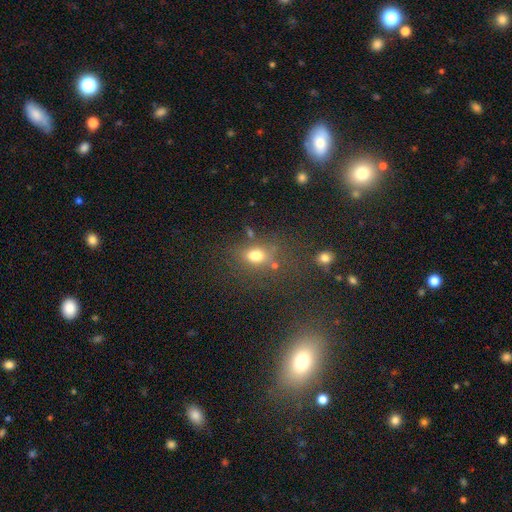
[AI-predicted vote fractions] Overall: smooth (71%). How rounded: in between (65%; round 32%). Merging: none (59%).